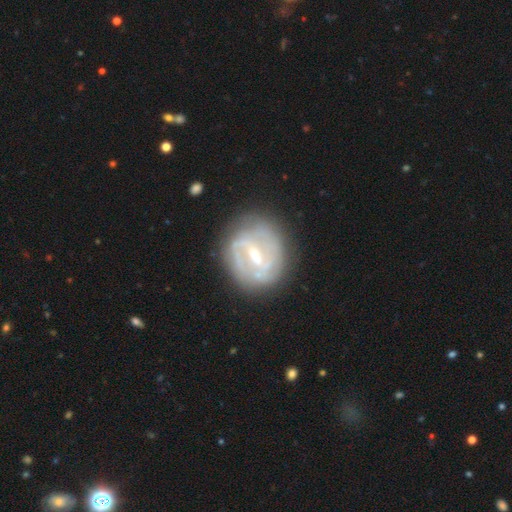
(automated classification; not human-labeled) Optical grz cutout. It shows a featured or disk galaxy (81%) with a strong bar (48%), 2 (59%) tight (48%) spiral arms (82%) and a small central bulge (54%). Merging: none (74%).